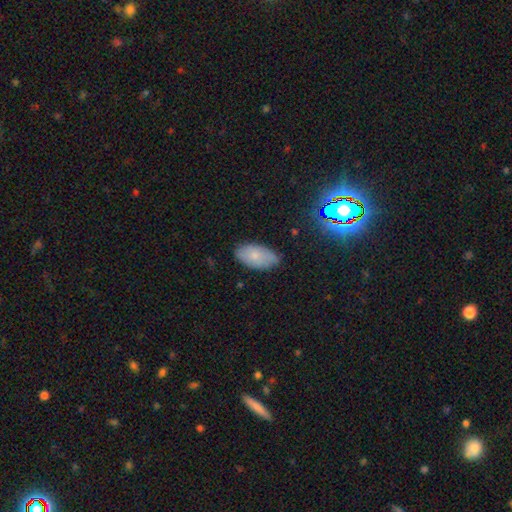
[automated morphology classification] smooth 73%, featured or disk 17%, star or artifact 10%. Down the decision tree: how rounded — in between (94%); merging — none (75%).